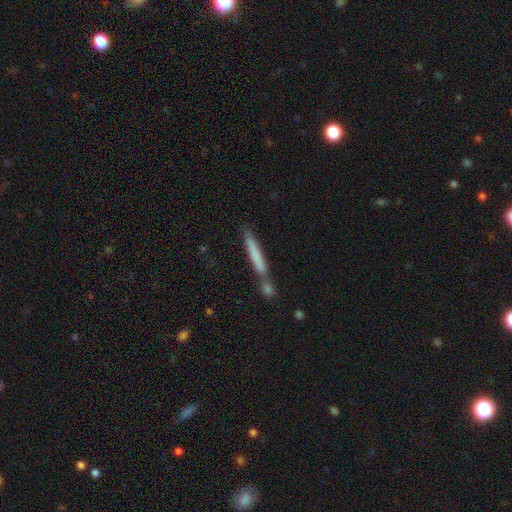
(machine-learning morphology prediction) type=smooth (69%); roundness=cigar-shaped (94%); merging=none (57%).